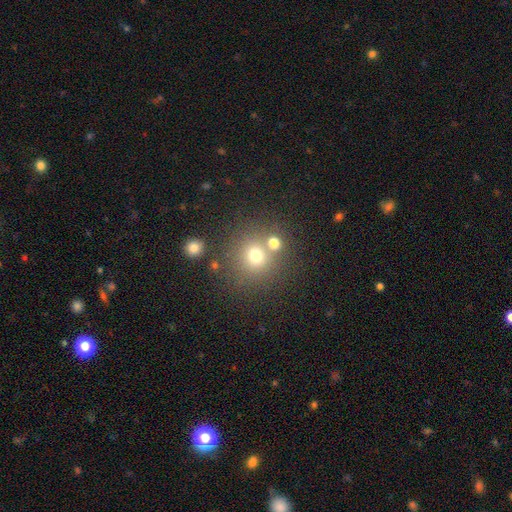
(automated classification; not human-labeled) Morphology: type=smooth (71%); roundness=round (90%); merging=none (71%).